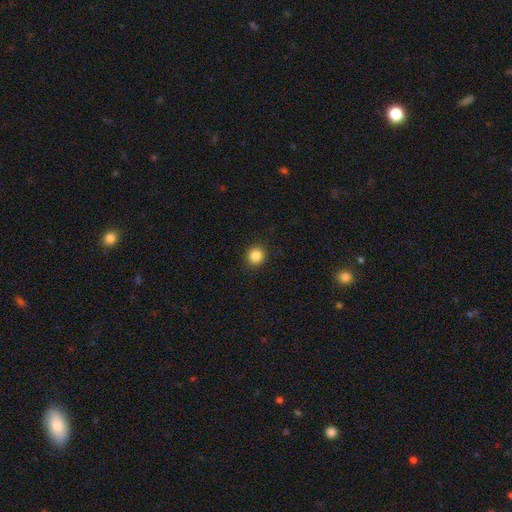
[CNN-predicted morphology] smooth-or-featured: smooth: 85% | star or artifact: 11% | featured or disk: 4%
  how-rounded: round: 91% | in between: 8% | cigar-shaped: 1%
  merging: none: 91% | minor disturbance: 6% | major disturbance: 2% | merger: 1%